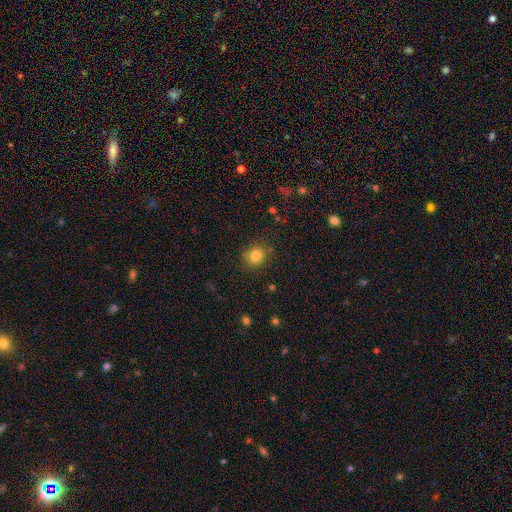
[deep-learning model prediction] Morphology: type=smooth (82%); roundness=round (78%); merging=none (84%).